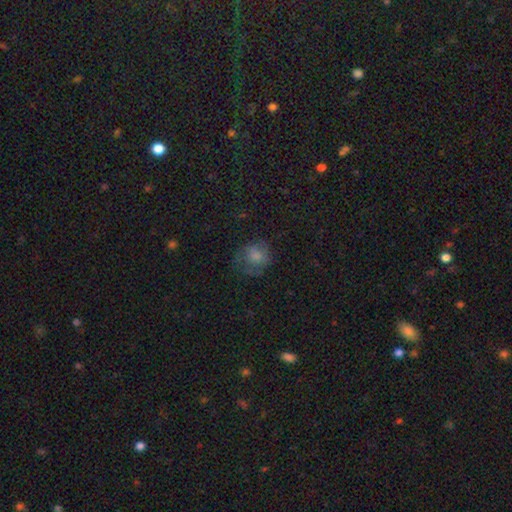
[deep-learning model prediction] This appears to be a smooth galaxy with no disk features (63%) that is round (74%). Merging: none (53%).